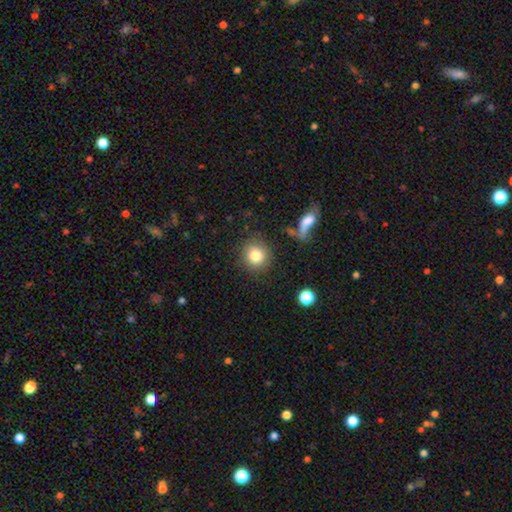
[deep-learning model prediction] The model was most divided on "smooth or featured": smooth: 83%, star or artifact: 9%, featured or disk: 8%. More confident: how rounded — round (87%); merging — none (85%).